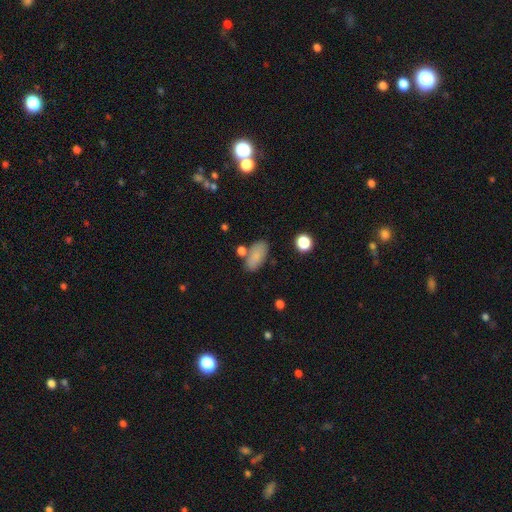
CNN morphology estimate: A smooth galaxy with no disk features (82%) that is in between round and cigar-shaped (91%). Merging: none (70%).